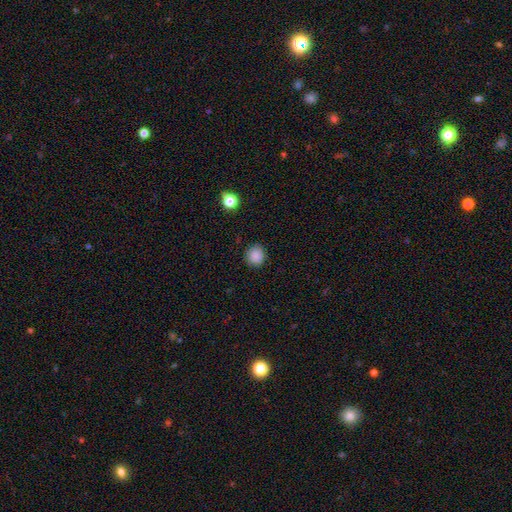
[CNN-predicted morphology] smooth-or-featured: smooth: 87% | star or artifact: 10% | featured or disk: 3%
  how-rounded: round: 86% | in between: 13% | cigar-shaped: 1%
  merging: none: 88% | minor disturbance: 9% | major disturbance: 2% | merger: 1%